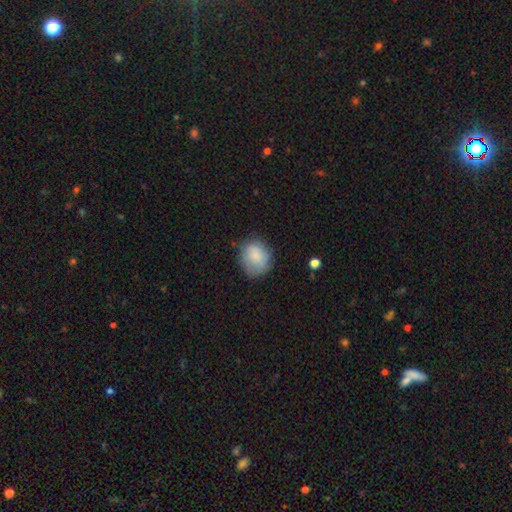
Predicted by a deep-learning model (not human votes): Smooth or featured? smooth (79%)
How rounded? round (72%)
Merging? none (67%)